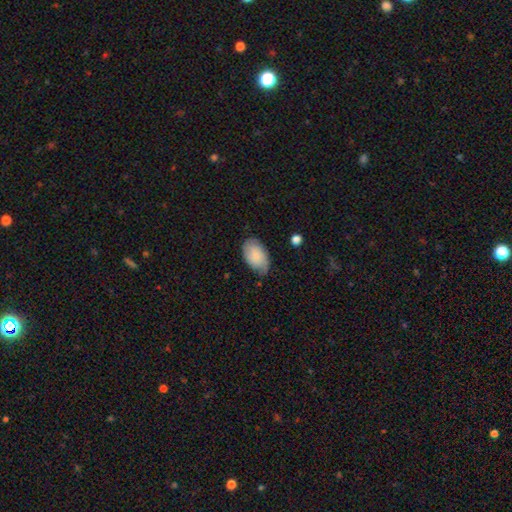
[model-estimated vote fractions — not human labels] Smooth or featured: smooth — 74% (featured or disk — 19%)
How rounded: in between — 93% (round — 6%)
Merging: none — 65% (minor disturbance — 27%)